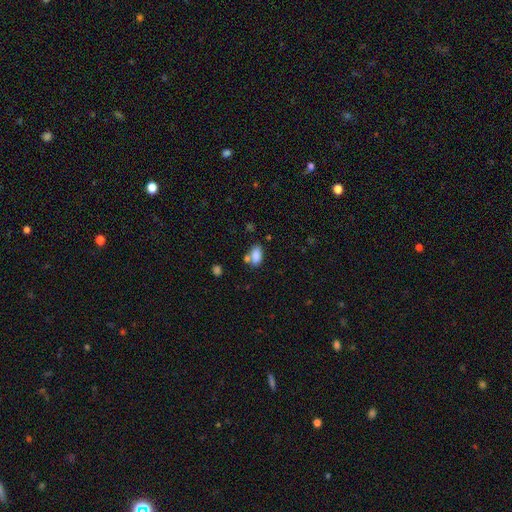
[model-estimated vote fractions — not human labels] Overall: smooth (85%). How rounded: in between (91%). Merging: none (58%; merger 23%).